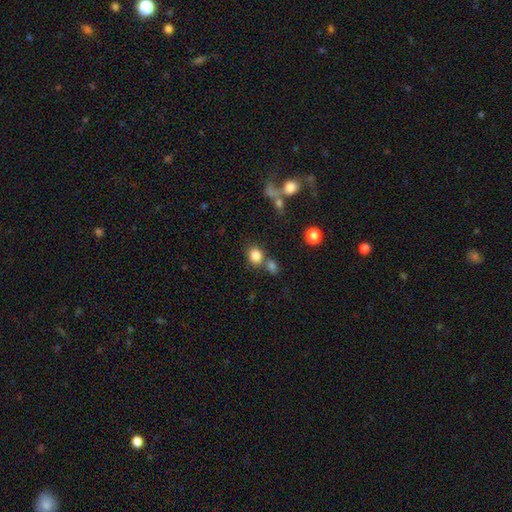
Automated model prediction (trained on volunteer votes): This appears to be a smooth galaxy with no disk features (82%) that is round (69%). Merging: none (58%).